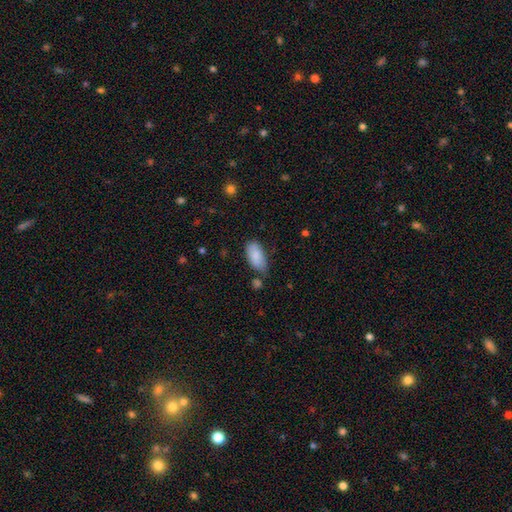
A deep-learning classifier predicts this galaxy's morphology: smooth 86%, featured or disk 7%, star or artifact 7%. Down the decision tree: how rounded — in between (92%); merging — none (63%).